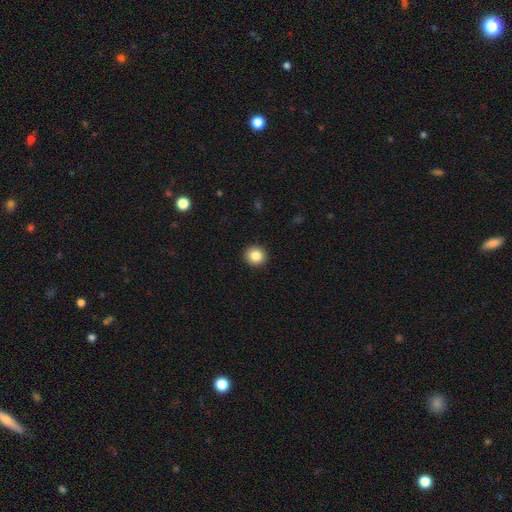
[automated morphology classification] Smooth or featured? smooth (85%)
How rounded? round (91%)
Merging? none (93%)